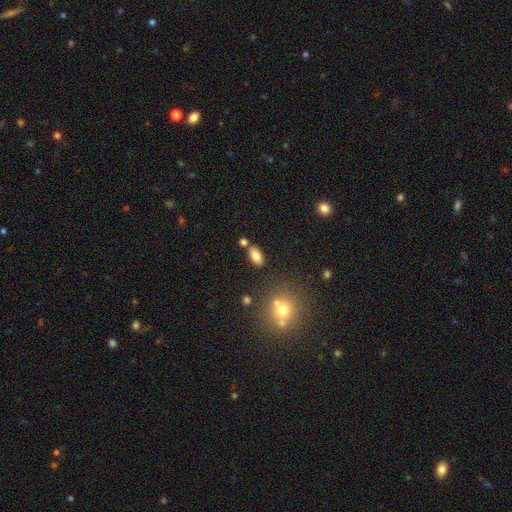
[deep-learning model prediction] smooth 80%, featured or disk 11%, star or artifact 9%. Down the decision tree: how rounded — in between (90%); merging — none (72%).